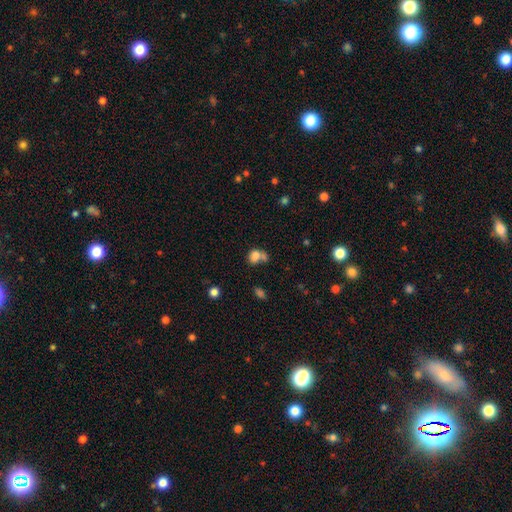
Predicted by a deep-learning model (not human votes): smooth_or_featured: smooth (p=0.78) [alt: star or artifact p=0.12]
how_rounded: in between (p=0.57) [alt: round p=0.41]
merging: merger (p=0.49) [alt: none p=0.32]